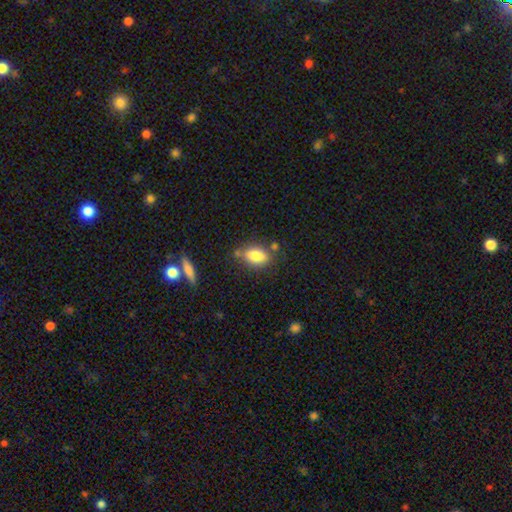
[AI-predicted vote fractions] Overall: smooth (82%). How rounded: in between (85%). Merging: none (67%).